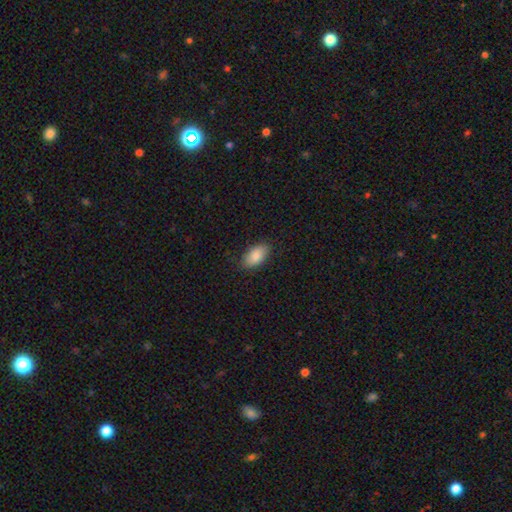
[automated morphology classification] A smooth galaxy with no disk features (85%) that is in between round and cigar-shaped (93%).

Vote fractions:
- Smooth or featured? smooth: 85% / featured or disk: 8% / star or artifact: 7%
- How rounded? in between: 93% / round: 4% / cigar-shaped: 3%
- Merging? none: 85% / minor disturbance: 11% / major disturbance: 2% / merger: 1%